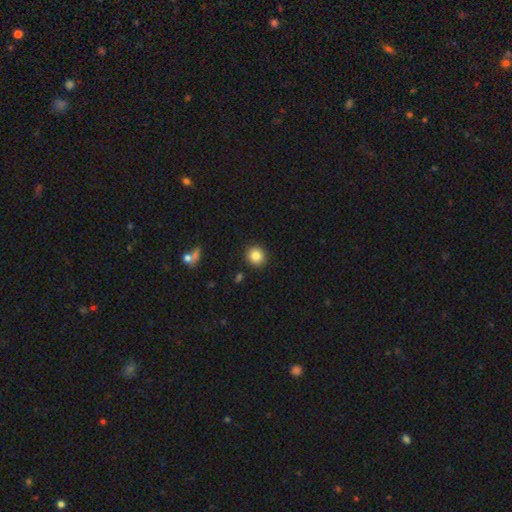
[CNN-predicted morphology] Smooth or featured? Predicted: smooth (p=0.85). How rounded? Predicted: round (p=0.91). Merging? Predicted: none (p=0.90).